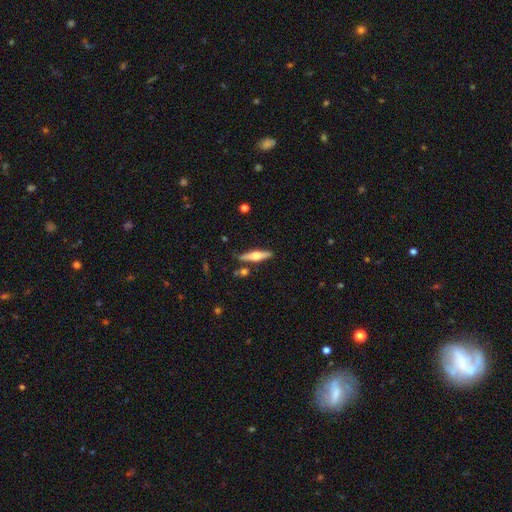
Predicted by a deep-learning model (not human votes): This is likely a featured or disk galaxy (60%). It is clearly viewed edge-on (95%). Edge-on bulge: clearly rounded (93%). Merging: clearly none (83%).